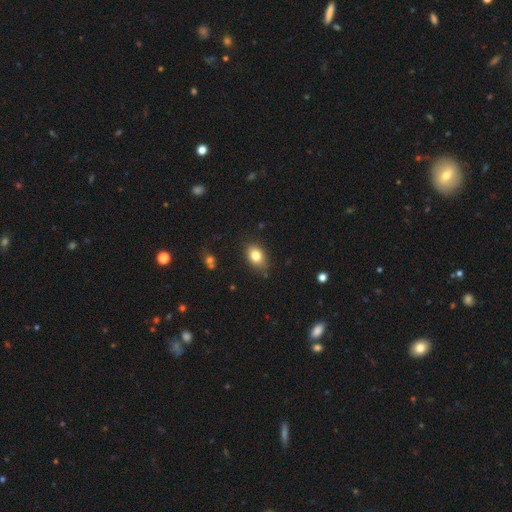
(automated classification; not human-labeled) Smooth or featured? Predicted: smooth (p=0.81). How rounded? Predicted: in between (p=0.79). Merging? Predicted: none (p=0.80).